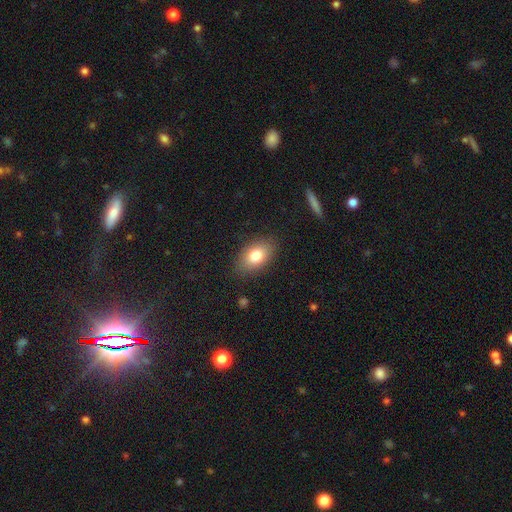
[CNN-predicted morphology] smooth-or-featured: smooth: 80% | featured or disk: 12% | star or artifact: 8%
  how-rounded: in between: 88% | round: 11% | cigar-shaped: 2%
  merging: none: 85% | minor disturbance: 11% | major disturbance: 3% | merger: 1%